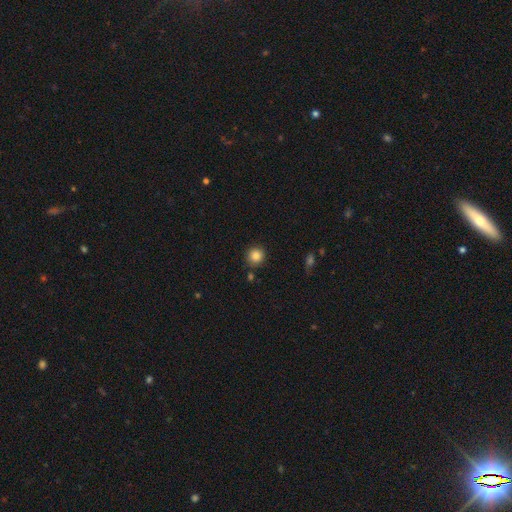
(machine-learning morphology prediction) Q: Smooth or featured?
A: smooth (85%); runner-up: star or artifact (10%)
Q: How rounded?
A: round (92%); runner-up: in between (7%)
Q: Merging?
A: none (86%); runner-up: minor disturbance (8%)